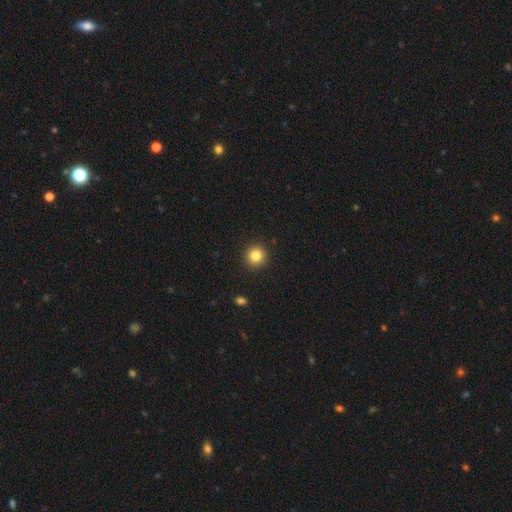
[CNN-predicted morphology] A smooth galaxy with no disk features (83%) that is round (95%). Merging: none (92%).